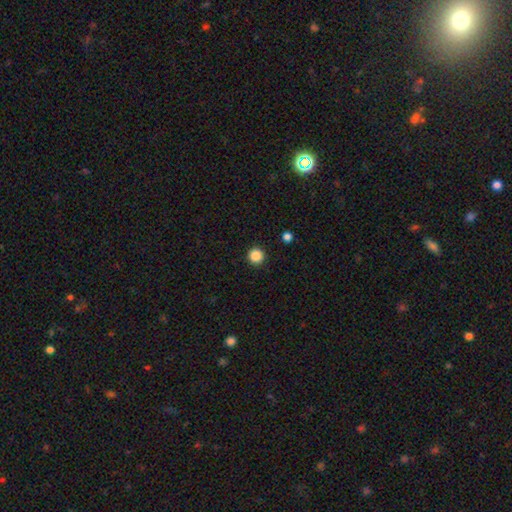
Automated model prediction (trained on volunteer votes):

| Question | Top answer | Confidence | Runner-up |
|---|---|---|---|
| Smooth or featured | smooth | 87% | star or artifact (11%) |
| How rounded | round | 96% | in between (3%) |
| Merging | none | 93% | minor disturbance (4%) |